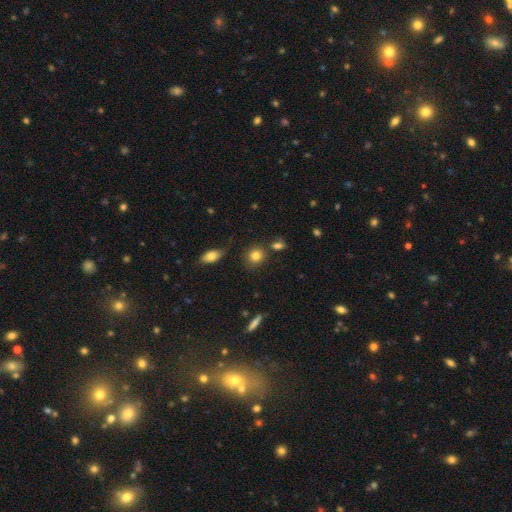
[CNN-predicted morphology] Smooth or featured? smooth (83%)
How rounded? round (78%)
Merging? none (76%)